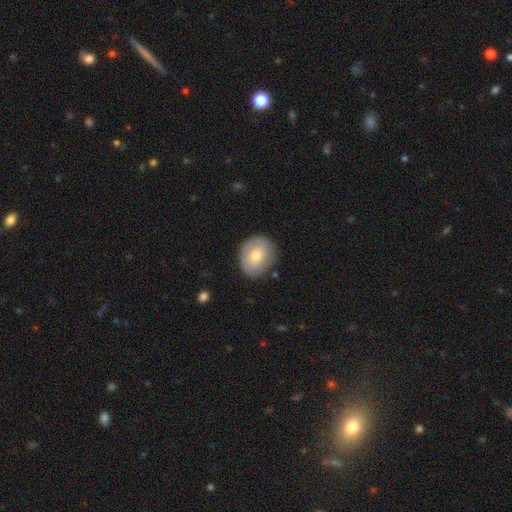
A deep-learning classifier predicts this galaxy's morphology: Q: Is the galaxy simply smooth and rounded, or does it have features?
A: smooth — 69%.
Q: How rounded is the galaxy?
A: round — 65%.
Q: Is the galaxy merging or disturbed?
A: none — 80%.